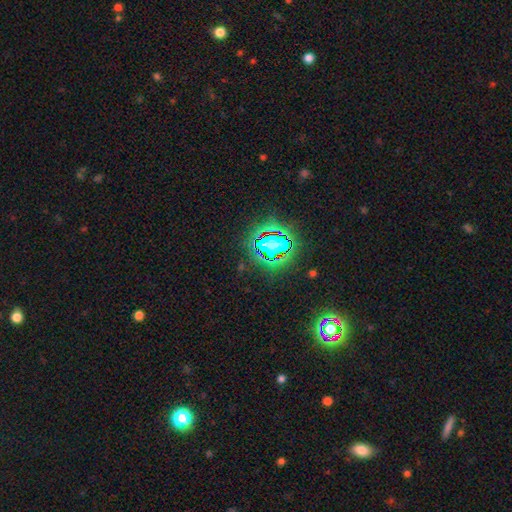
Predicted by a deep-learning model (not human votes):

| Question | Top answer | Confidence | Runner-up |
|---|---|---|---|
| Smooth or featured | star or artifact | 82% | smooth (11%) |